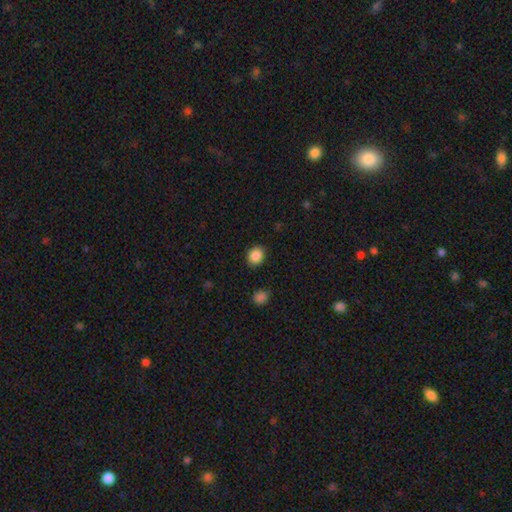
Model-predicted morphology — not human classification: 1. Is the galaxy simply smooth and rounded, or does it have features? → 87% smooth, 9% star or artifact, 4% featured or disk.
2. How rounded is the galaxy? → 66% round, 33% in between, 1% cigar-shaped.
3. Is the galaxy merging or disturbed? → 89% none, 8% minor disturbance, 2% major disturbance, 1% merger.